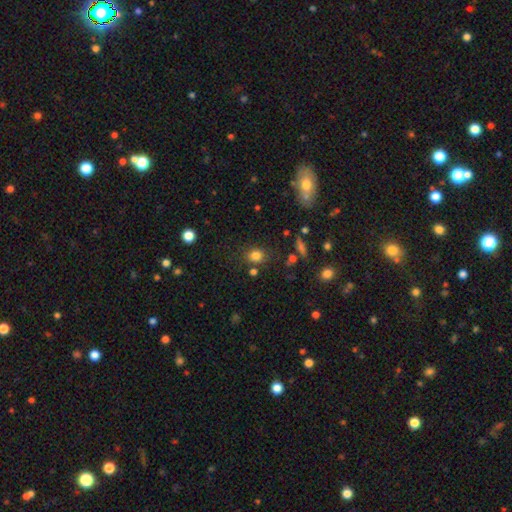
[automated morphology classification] Smooth or featured?
  - smooth: 80% *
  - star or artifact: 14%
  - featured or disk: 6%
How rounded?
  - round: 63% *
  - in between: 36%
  - cigar-shaped: 1%
Merging?
  - none: 78% *
  - minor disturbance: 12%
  - merger: 6%
  - major disturbance: 4%